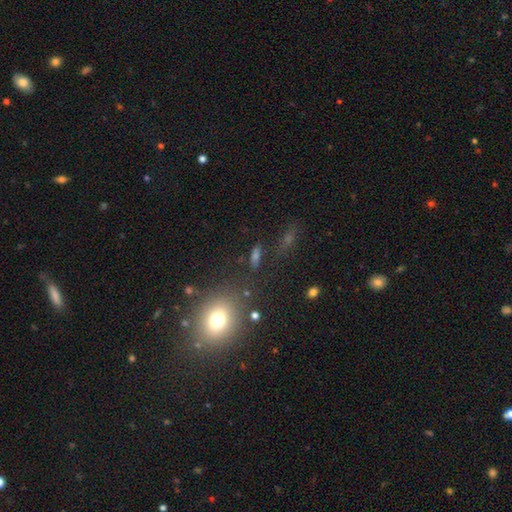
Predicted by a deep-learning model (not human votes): Smooth or featured? Predicted: smooth (p=0.55). How rounded? Predicted: in between (p=0.52). Merging? Predicted: none (p=0.73).